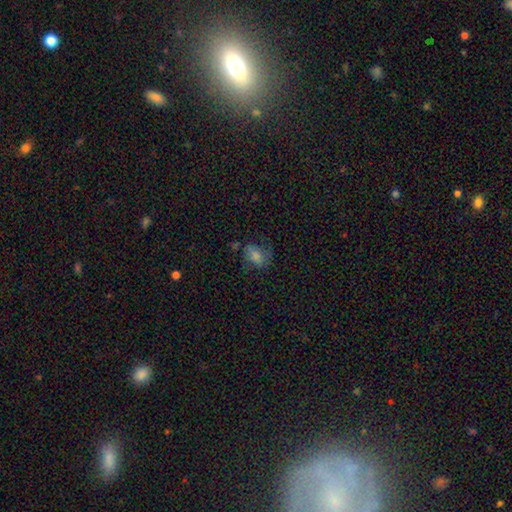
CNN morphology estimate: Smooth or featured? Predicted: smooth (p=0.68). How rounded? Predicted: in between (p=0.79). Merging? Predicted: none (p=0.51).